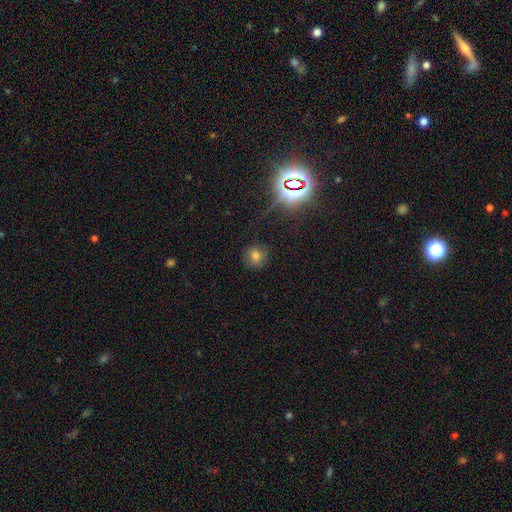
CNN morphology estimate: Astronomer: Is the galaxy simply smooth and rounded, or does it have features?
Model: smooth — 69%.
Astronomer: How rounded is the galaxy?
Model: round — 87%.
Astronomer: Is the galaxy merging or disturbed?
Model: none — 86%.